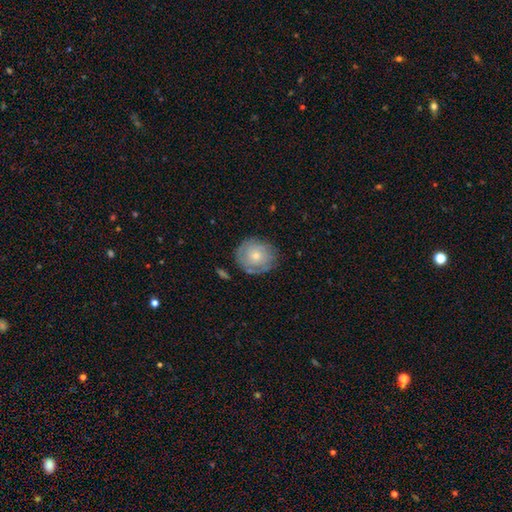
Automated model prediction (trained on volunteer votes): Q: Smooth or featured?
A: smooth (48%); runner-up: featured or disk (45%)
Q: Merging?
A: none (76%); runner-up: minor disturbance (16%)